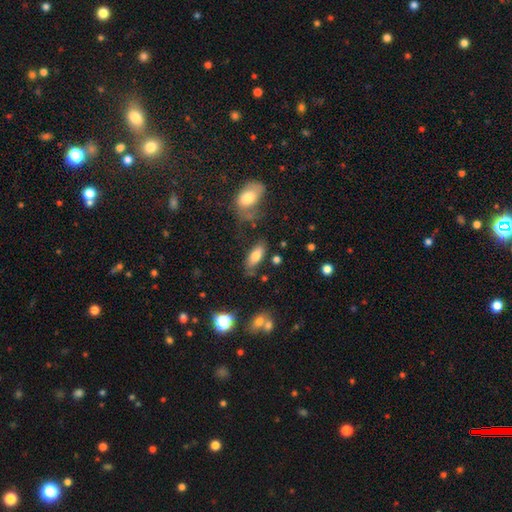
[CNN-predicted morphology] Overall: smooth (76%). How rounded: in between (83%). Merging: none (67%).